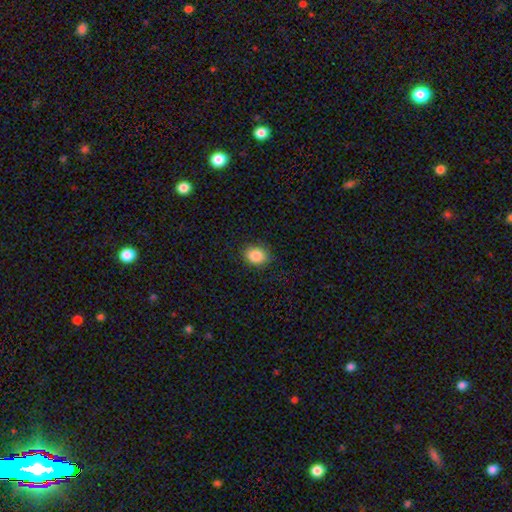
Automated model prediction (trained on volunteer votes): The model was most divided on "how rounded": in between: 55%, round: 44%, cigar-shaped: 1%. More confident: merging — none (87%); smooth or featured — smooth (87%).